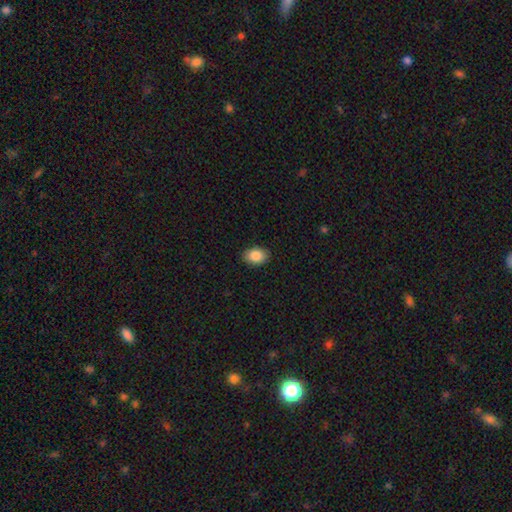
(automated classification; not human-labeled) Morphology: type=smooth (87%); roundness=in between (79%); merging=none (89%).